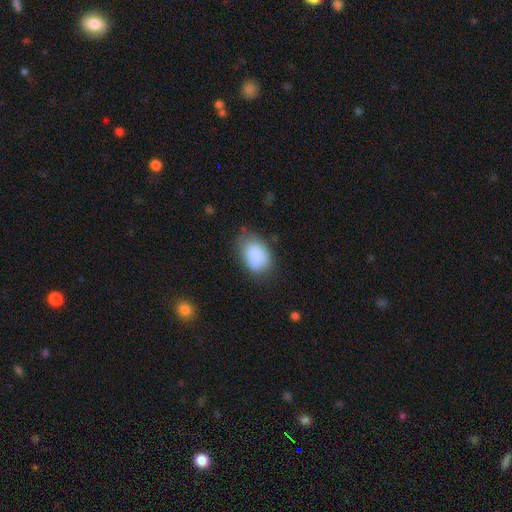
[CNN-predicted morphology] smooth-or-featured: smooth: 85% | star or artifact: 8% | featured or disk: 7%
  how-rounded: in between: 83% | round: 16% | cigar-shaped: 1%
  merging: none: 60% | minor disturbance: 28% | major disturbance: 9% | merger: 3%